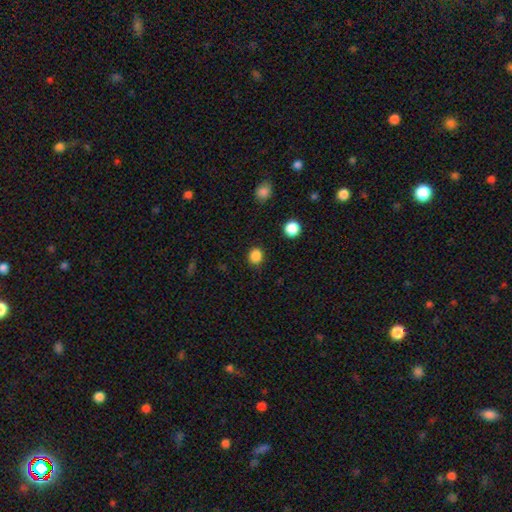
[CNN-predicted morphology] Smooth or featured: smooth — 85% (star or artifact — 12%)
How rounded: round — 79% (in between — 20%)
Merging: none — 87% (minor disturbance — 8%)